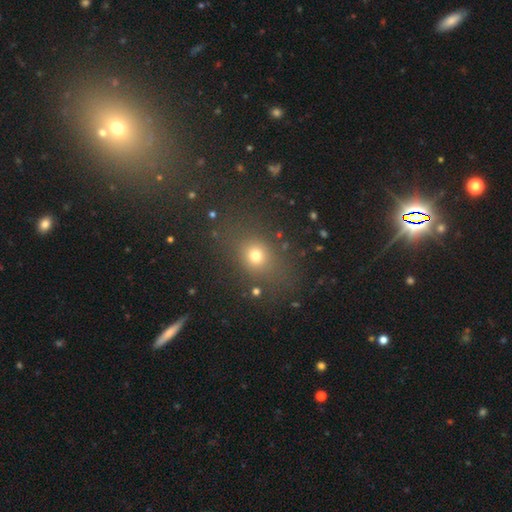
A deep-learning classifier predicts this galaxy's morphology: type=smooth (70%); roundness=round (56%); merging=none (75%).